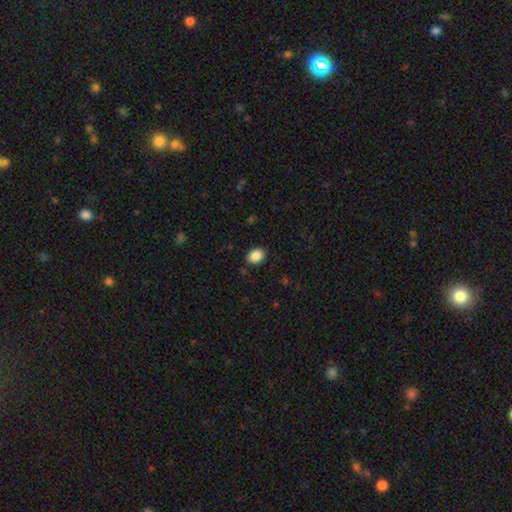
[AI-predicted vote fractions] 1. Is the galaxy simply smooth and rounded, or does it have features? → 88% smooth, 8% star or artifact, 4% featured or disk.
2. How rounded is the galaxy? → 61% in between, 38% round, 1% cigar-shaped.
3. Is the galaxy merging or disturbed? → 88% none, 9% minor disturbance, 2% major disturbance, 1% merger.